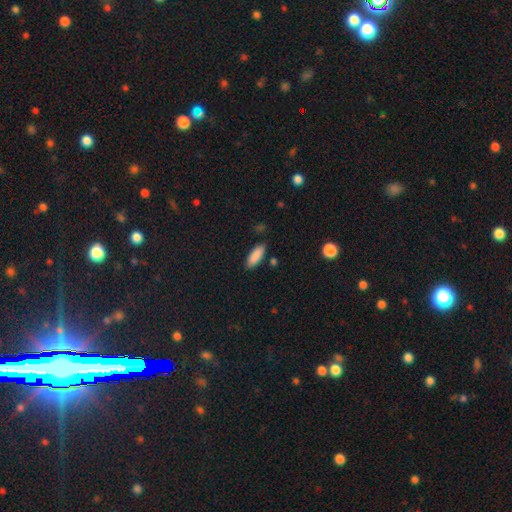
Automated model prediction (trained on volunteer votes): A smooth galaxy with no disk features (88%) that is in between round and cigar-shaped (69%). Merging: none (85%).